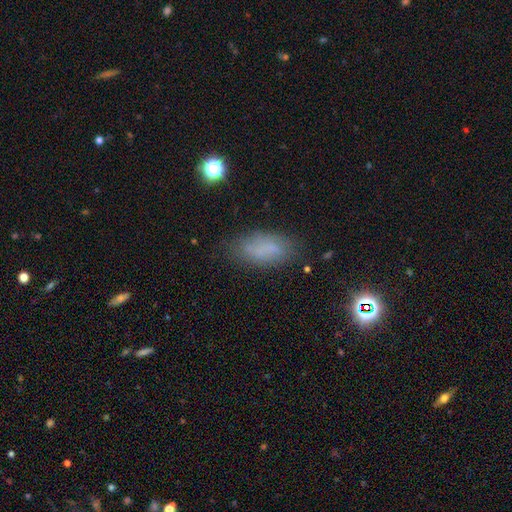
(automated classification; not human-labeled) Smooth or featured: smooth — 67% (star or artifact — 20%)
How rounded: in between — 86% (cigar-shaped — 9%)
Merging: none — 76% (minor disturbance — 16%)